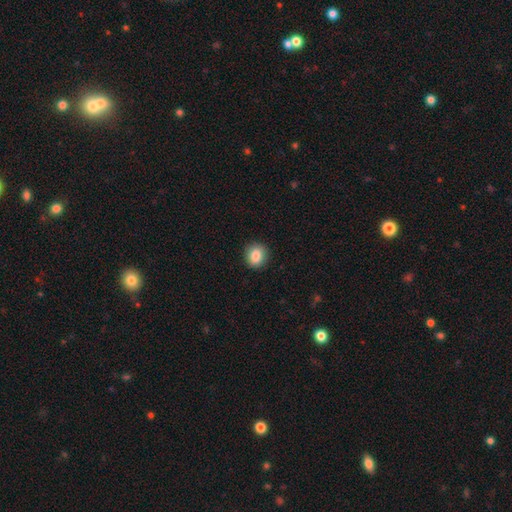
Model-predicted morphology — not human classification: This is clearly a smooth galaxy (85%). How rounded: likely round (79%). Merging: clearly none (90%).